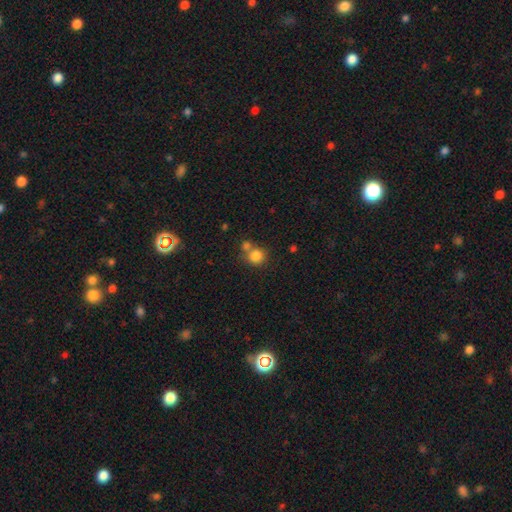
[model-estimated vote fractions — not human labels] smooth_or_featured: smooth (p=0.82) [alt: star or artifact p=0.11]
how_rounded: round (p=0.84) [alt: in between p=0.15]
merging: none (p=0.52) [alt: merger p=0.35]